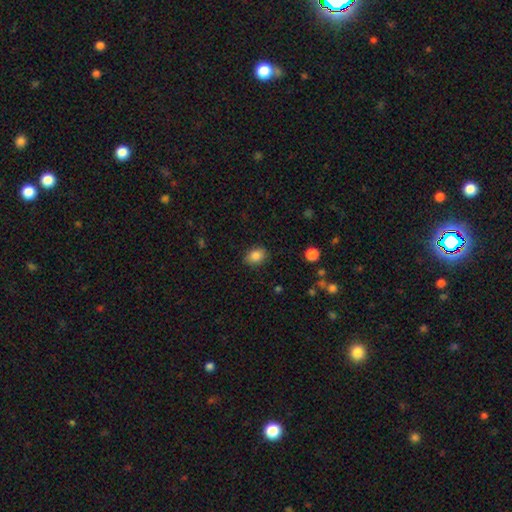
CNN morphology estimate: type=smooth (85%); roundness=in between (63%); merging=none (85%).